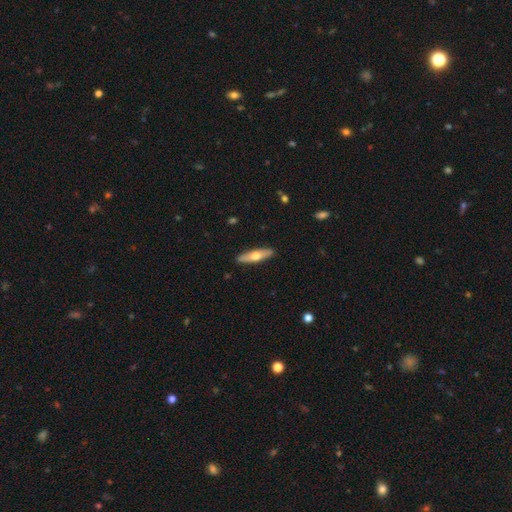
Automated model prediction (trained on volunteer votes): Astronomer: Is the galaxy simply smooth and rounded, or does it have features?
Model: smooth — 51% (runner-up: featured or disk, 44%).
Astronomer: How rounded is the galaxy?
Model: cigar-shaped — 70%.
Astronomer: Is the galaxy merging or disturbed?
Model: none — 90%.